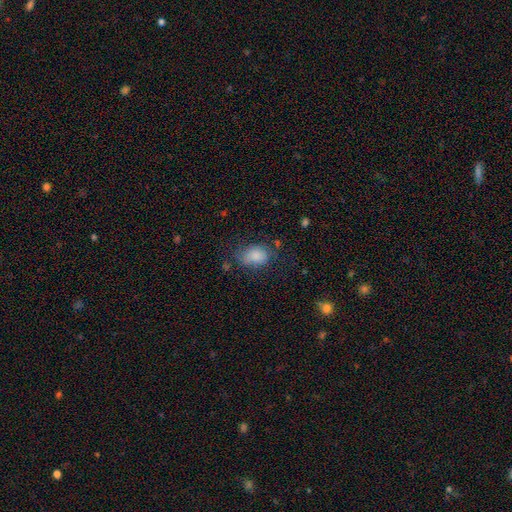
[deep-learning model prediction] A smooth galaxy with no disk features (83%) that is in between round and cigar-shaped (75%).

Vote fractions:
- Smooth or featured? smooth: 83% / star or artifact: 9% / featured or disk: 8%
- How rounded? in between: 75% / round: 24% / cigar-shaped: 1%
- Merging? none: 57% / minor disturbance: 28% / major disturbance: 13% / merger: 3%